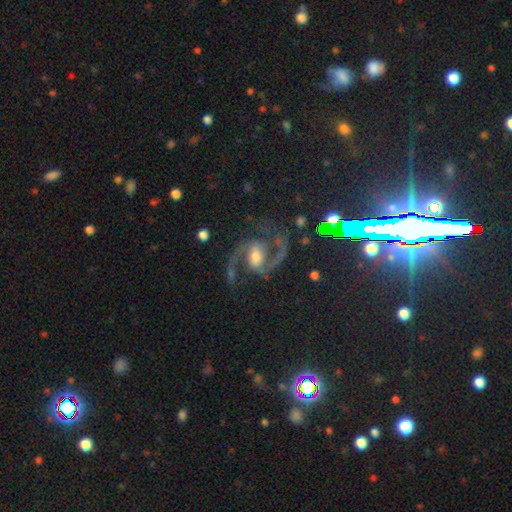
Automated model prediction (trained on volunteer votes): smooth-or-featured: featured or disk: 92% | star or artifact: 5% | smooth: 3%
  disk-edge-on: no: 98% | yes: 2%
    bar: weak: 50% | no: 25% | strong: 24%
    has-spiral-arms: yes: 98% | no: 2%
      spiral-winding: medium: 57% | loose: 34% | tight: 9%
      spiral-arm-count: 2: 94% | can't tell: 1% | 3: 1% | 1: 1% | 4: 1% | more than 4: 1%
    bulge-size: moderate: 57% | small: 24% | large: 14% | none: 3% | dominant: 2%
  merging: none: 74% | minor disturbance: 14% | major disturbance: 10% | merger: 2%